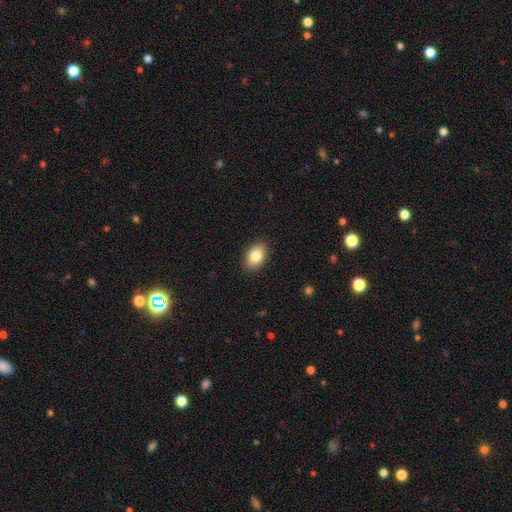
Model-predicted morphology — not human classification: Smooth or featured?
  - smooth: 83% *
  - featured or disk: 9%
  - star or artifact: 8%
How rounded?
  - in between: 87% *
  - round: 12%
  - cigar-shaped: 1%
Merging?
  - none: 89% *
  - minor disturbance: 8%
  - major disturbance: 2%
  - merger: 1%